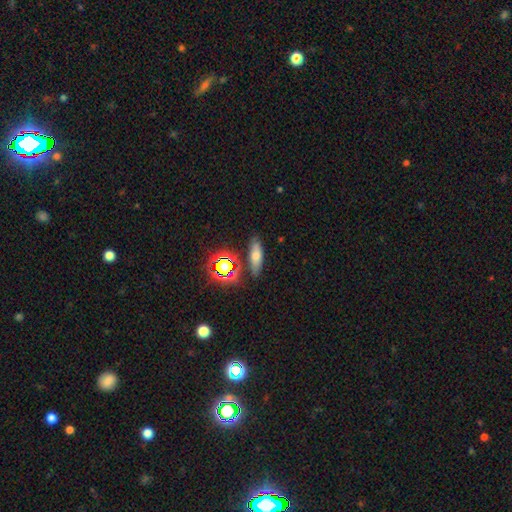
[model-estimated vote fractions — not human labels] Morphology: type=smooth (59%); roundness=cigar-shaped (47%); merging=none (81%).